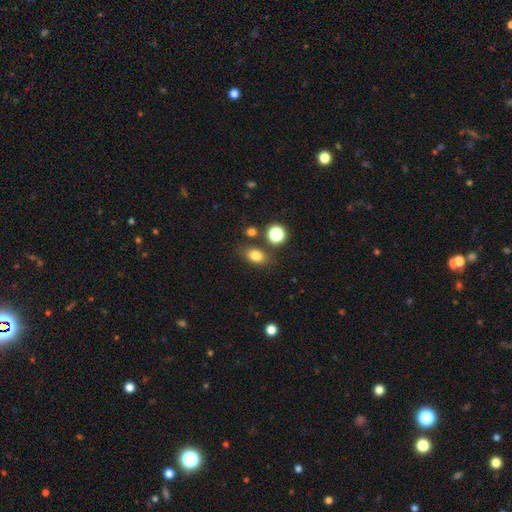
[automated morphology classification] The model was most divided on "how rounded": in between: 73%, round: 24%, cigar-shaped: 2%. More confident: smooth or featured — smooth (80%); merging — none (76%).